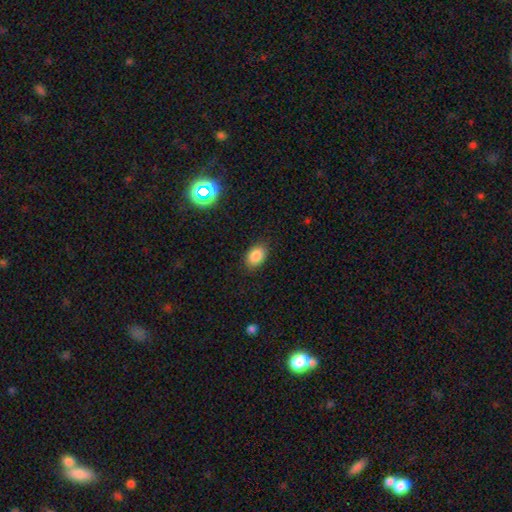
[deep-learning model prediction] Smooth or featured?
  - smooth: 85% *
  - star or artifact: 10%
  - featured or disk: 5%
How rounded?
  - in between: 83% *
  - round: 16%
  - cigar-shaped: 1%
Merging?
  - none: 85% *
  - minor disturbance: 11%
  - major disturbance: 3%
  - merger: 1%